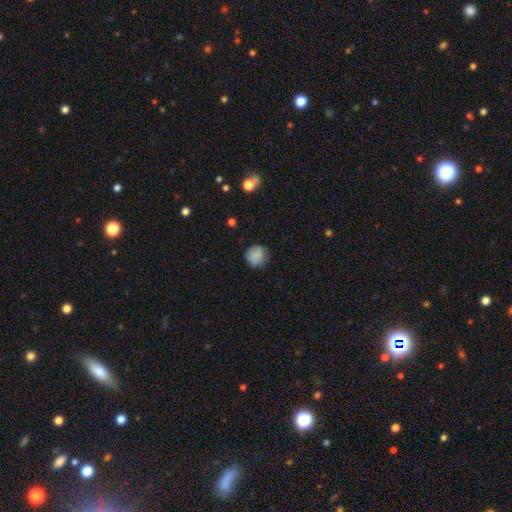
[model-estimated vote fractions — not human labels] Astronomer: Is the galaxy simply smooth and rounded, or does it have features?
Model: smooth — 83%.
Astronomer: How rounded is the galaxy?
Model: round — 86%.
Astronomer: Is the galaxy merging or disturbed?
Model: none — 78%.